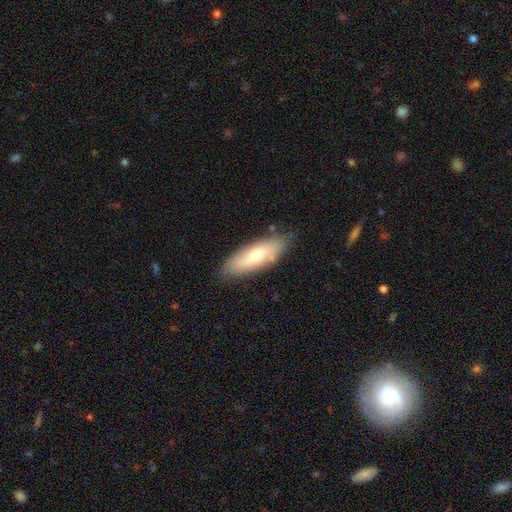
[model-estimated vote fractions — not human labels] This is possibly a smooth galaxy (58%). How rounded: likely in between (60%). Merging: clearly none (84%).